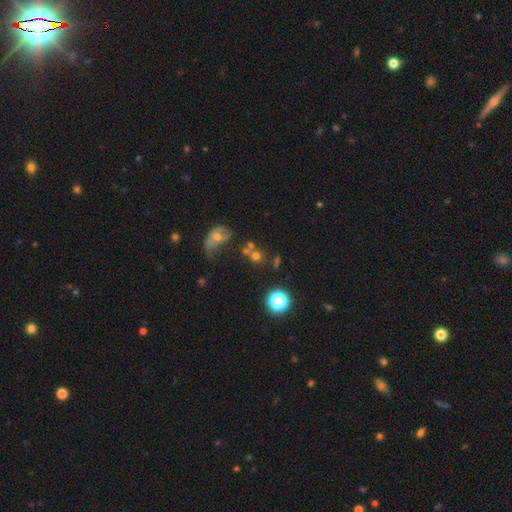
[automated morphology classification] Smooth or featured? Predicted: smooth (p=0.61). How rounded? Predicted: round (p=0.78). Merging? Predicted: none (p=0.40).